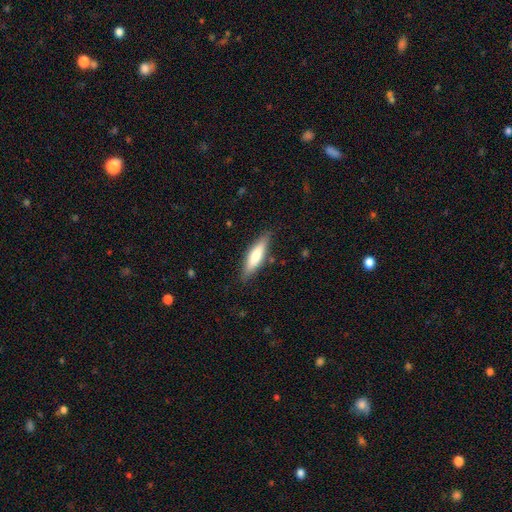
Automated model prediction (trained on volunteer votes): Morphology: type=smooth (66%); roundness=cigar-shaped (66%); merging=none (84%).